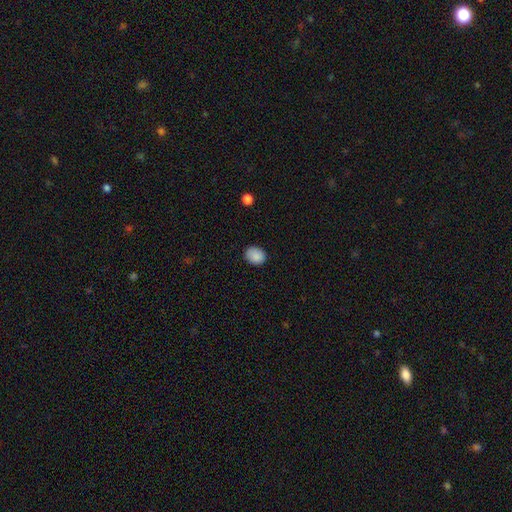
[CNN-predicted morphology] type=smooth (89%); roundness=round (53%); merging=none (85%).